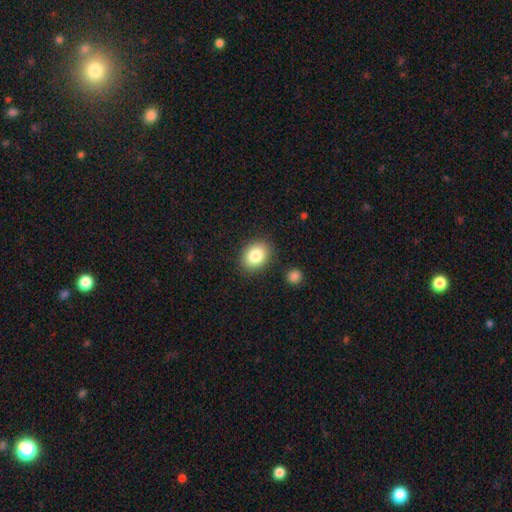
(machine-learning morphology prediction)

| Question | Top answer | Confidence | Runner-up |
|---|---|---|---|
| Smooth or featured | smooth | 83% | star or artifact (9%) |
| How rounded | in between | 62% | round (38%) |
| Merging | none | 86% | minor disturbance (9%) |